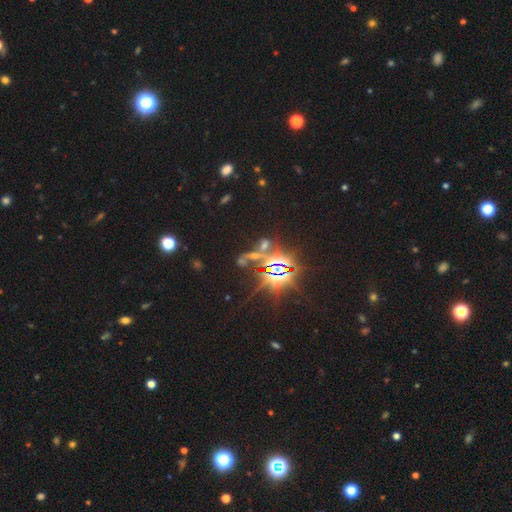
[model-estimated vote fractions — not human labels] smooth_or_featured: star or artifact (p=0.80) [alt: featured or disk p=0.10]